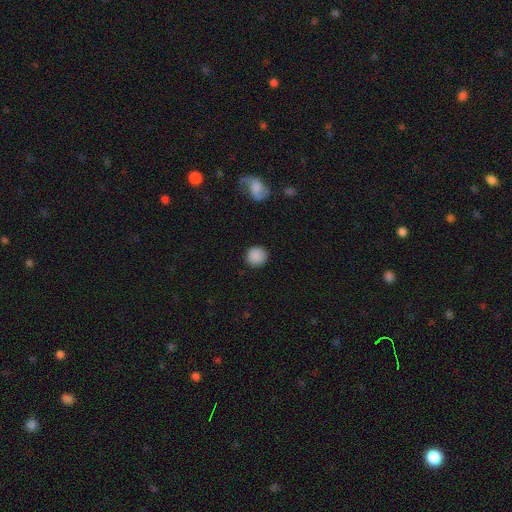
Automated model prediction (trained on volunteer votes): A smooth galaxy with no disk features (88%) that is round (92%).

Vote fractions:
- Smooth or featured? smooth: 88% / star or artifact: 8% / featured or disk: 4%
- How rounded? round: 92% / in between: 7% / cigar-shaped: 1%
- Merging? none: 90% / minor disturbance: 7% / major disturbance: 2% / merger: 1%